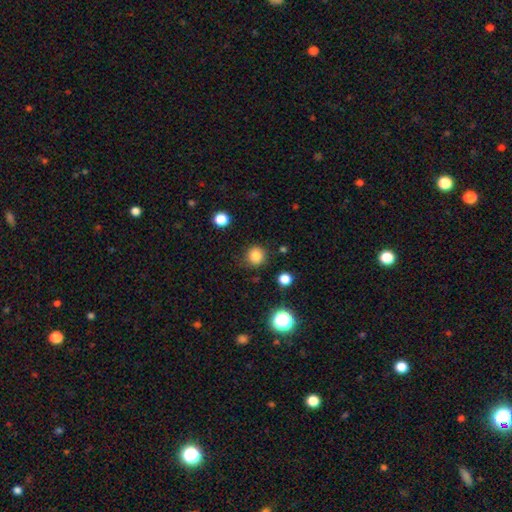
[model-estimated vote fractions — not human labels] The model was most divided on "smooth or featured": smooth: 83%, star or artifact: 13%, featured or disk: 5%. More confident: how rounded — round (91%); merging — none (85%).